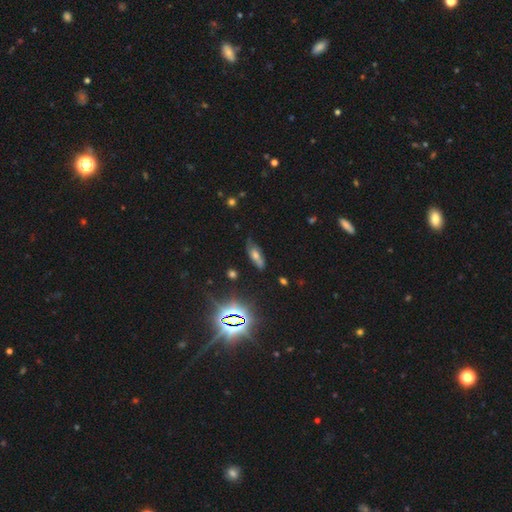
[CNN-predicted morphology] Smooth or featured? Predicted: smooth (p=0.38). Merging? Predicted: none (p=0.72).